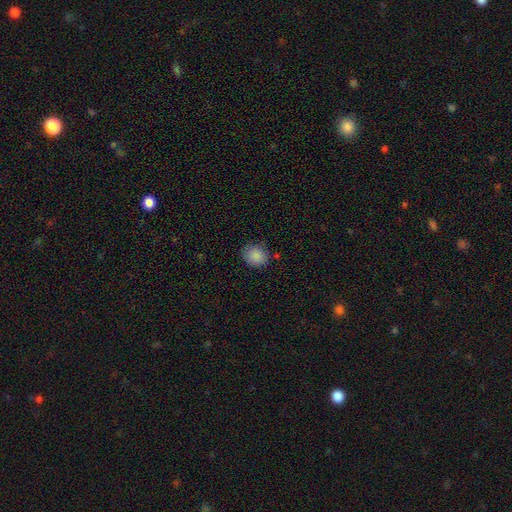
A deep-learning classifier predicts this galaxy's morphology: The model was most divided on "how rounded": round: 76%, in between: 23%, cigar-shaped: 1%. More confident: smooth or featured — smooth (88%); merging — none (80%).